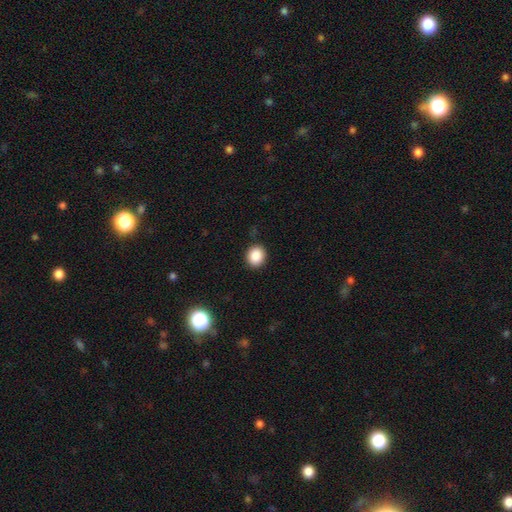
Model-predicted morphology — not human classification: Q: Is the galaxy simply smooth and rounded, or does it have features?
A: smooth — 88%.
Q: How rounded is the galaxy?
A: round — 72%.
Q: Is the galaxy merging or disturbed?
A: none — 88%.